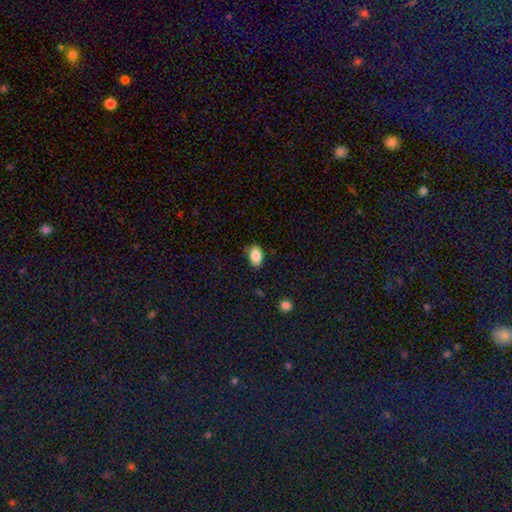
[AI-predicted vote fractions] This appears to be a smooth galaxy with no disk features (87%) that is in between round and cigar-shaped (89%). Merging: none (79%).